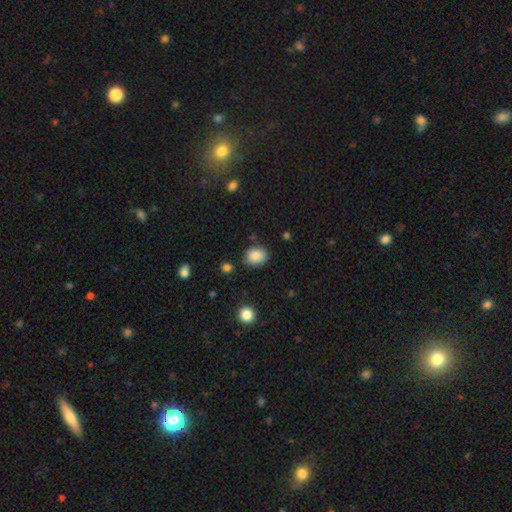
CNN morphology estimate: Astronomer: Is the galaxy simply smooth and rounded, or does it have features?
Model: smooth — 87%.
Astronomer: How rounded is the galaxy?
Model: round — 57% (runner-up: in between, 42%).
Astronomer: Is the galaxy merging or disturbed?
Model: none — 79%.